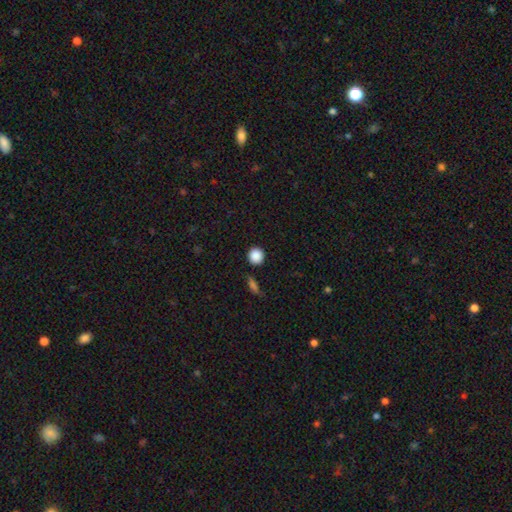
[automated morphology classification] Overall: smooth (88%). How rounded: round (93%). Merging: none (88%).